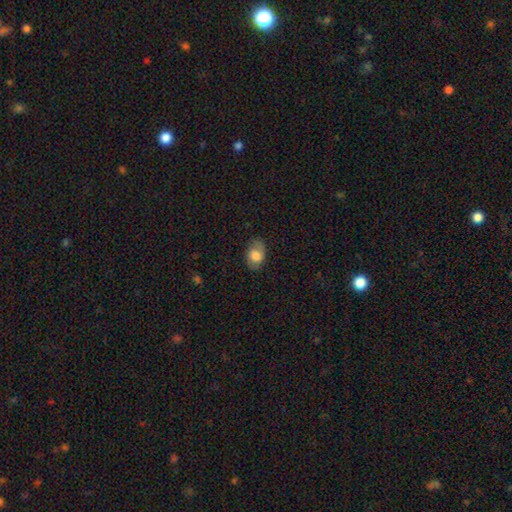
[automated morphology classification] The model was most divided on "smooth or featured": smooth: 72%, featured or disk: 20%, star or artifact: 8%. More confident: how rounded — in between (79%); merging — none (74%).